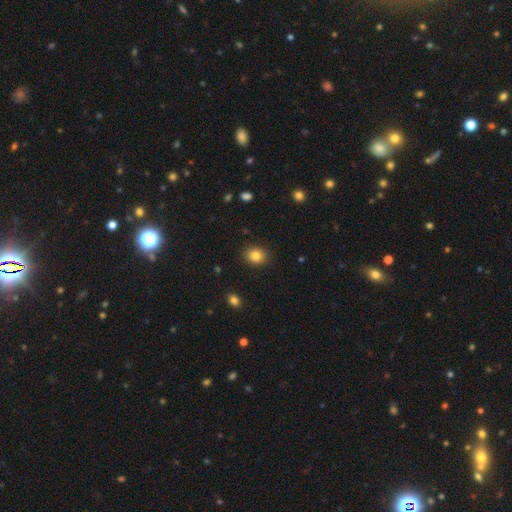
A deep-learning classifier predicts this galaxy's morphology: This is clearly a smooth galaxy (83%). How rounded: likely round (63%). Merging: clearly none (90%).